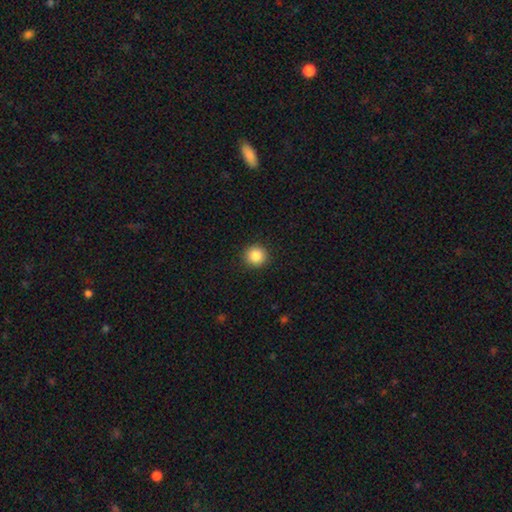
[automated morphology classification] Smooth or featured? Predicted: smooth (p=0.86). How rounded? Predicted: round (p=0.94). Merging? Predicted: none (p=0.92).